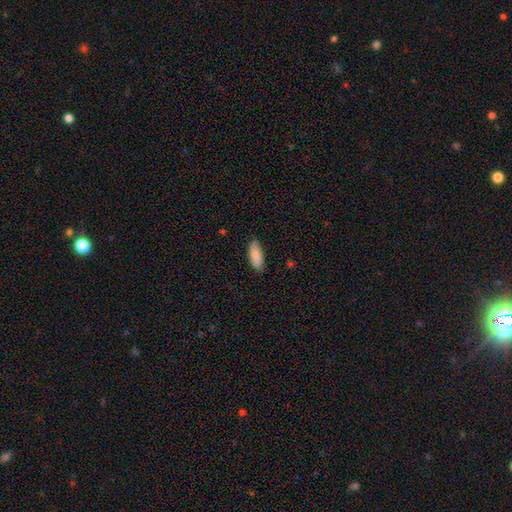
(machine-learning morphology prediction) A smooth galaxy with no disk features (88%) that is in between round and cigar-shaped (75%). Merging: none (82%).